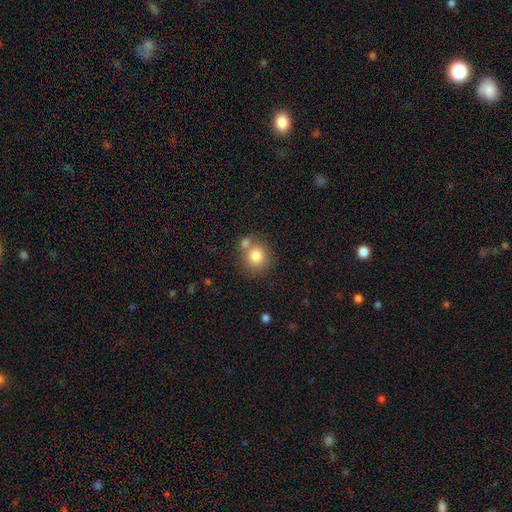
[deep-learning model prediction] smooth_or_featured: smooth (p=0.81) [alt: star or artifact p=0.10]
how_rounded: round (p=0.86) [alt: in between p=0.13]
merging: none (p=0.57) [alt: merger p=0.28]